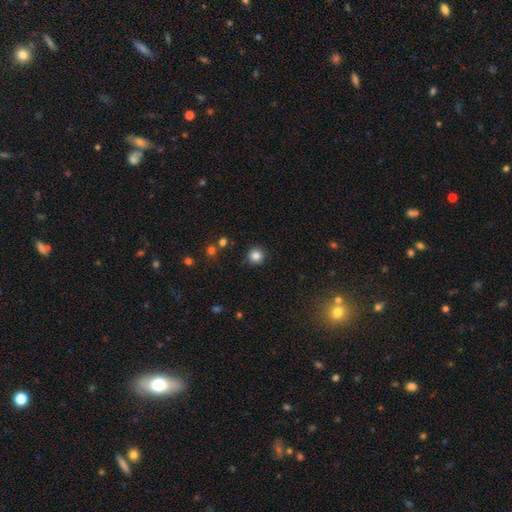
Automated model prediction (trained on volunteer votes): Overall: smooth (85%). How rounded: round (94%). Merging: none (90%).